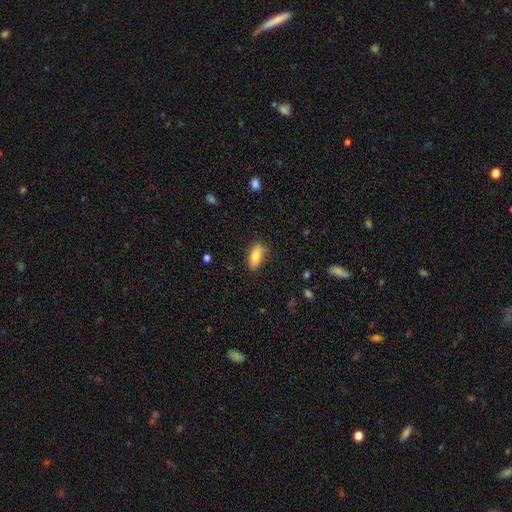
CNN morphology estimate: Smooth or featured?
  - smooth: 81% *
  - featured or disk: 12%
  - star or artifact: 7%
How rounded?
  - in between: 87% *
  - cigar-shaped: 8%
  - round: 4%
Merging?
  - none: 76% *
  - minor disturbance: 19%
  - major disturbance: 4%
  - merger: 2%